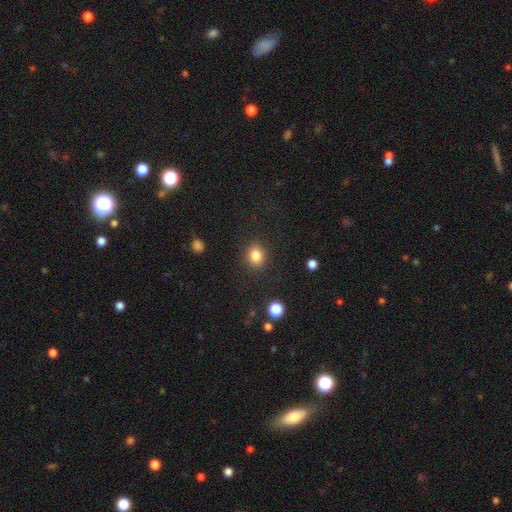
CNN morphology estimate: This is clearly a smooth galaxy (84%). How rounded: likely round (63%). Merging: clearly none (87%).